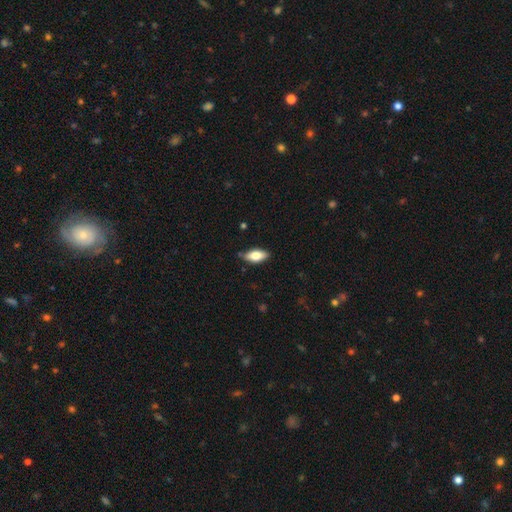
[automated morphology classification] Smooth or featured? Predicted: smooth (p=0.75). How rounded? Predicted: in between (p=0.87). Merging? Predicted: none (p=0.82).